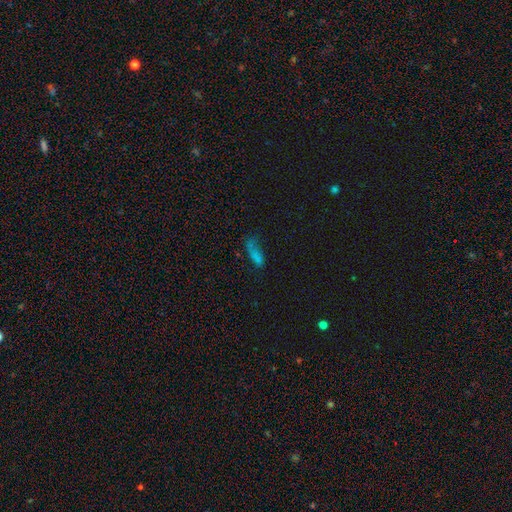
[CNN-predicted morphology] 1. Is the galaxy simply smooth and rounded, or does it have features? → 53% smooth, 24% star or artifact, 22% featured or disk.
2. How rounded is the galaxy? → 53% in between, 41% cigar-shaped, 5% round.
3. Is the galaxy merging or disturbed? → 45% none, 25% major disturbance, 24% minor disturbance, 6% merger.